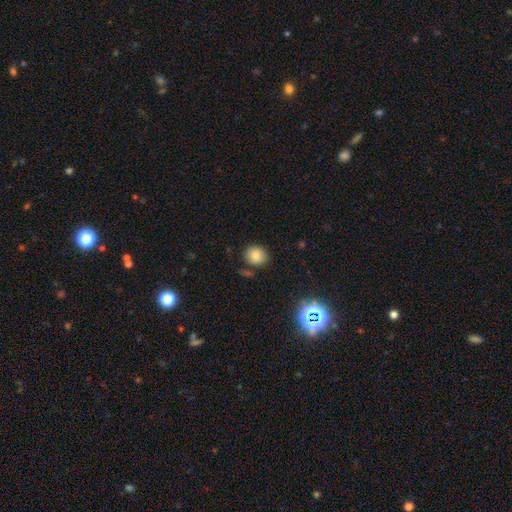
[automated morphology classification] A smooth galaxy with no disk features (81%) that is round (71%). Merging: none (78%).